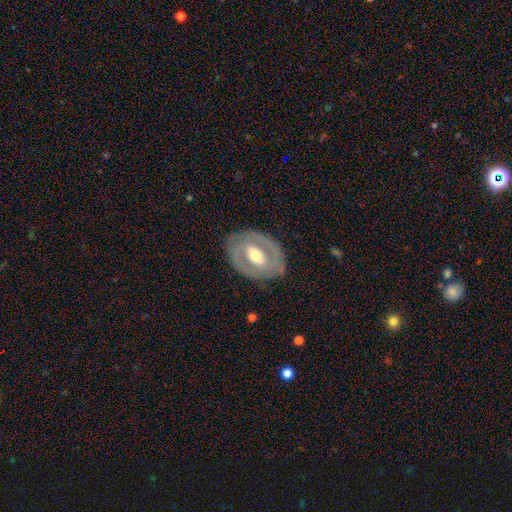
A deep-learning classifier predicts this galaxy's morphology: Smooth or featured? Predicted: featured or disk (p=0.66). Edge-on disk? Predicted: no (p=0.92). Bar? Predicted: no (p=0.42). Spiral arms? Predicted: no (p=0.70). Bulge size? Predicted: moderate (p=0.69). Merging? Predicted: none (p=0.79).